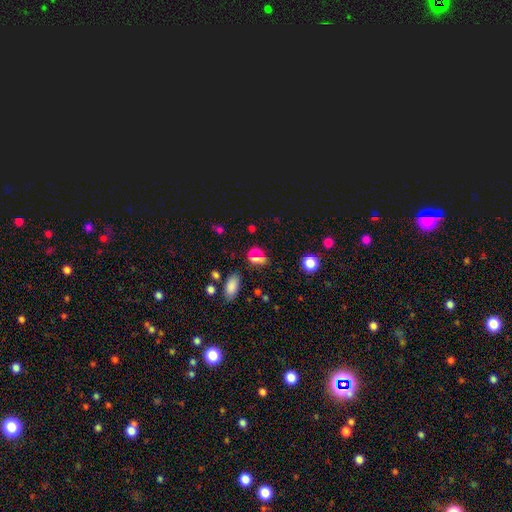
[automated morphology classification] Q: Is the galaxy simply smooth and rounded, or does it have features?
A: smooth — 56%.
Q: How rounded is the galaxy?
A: round — 55%.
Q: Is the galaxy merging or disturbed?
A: none — 61%.